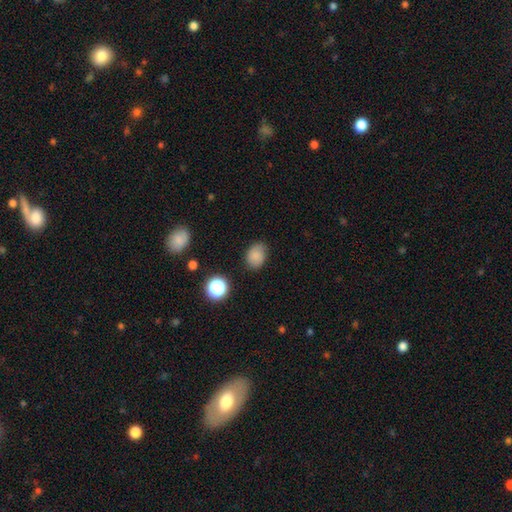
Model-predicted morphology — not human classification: smooth-or-featured: smooth: 80% | star or artifact: 12% | featured or disk: 8%
  how-rounded: in between: 62% | round: 37% | cigar-shaped: 1%
  merging: none: 76% | minor disturbance: 18% | major disturbance: 4% | merger: 2%